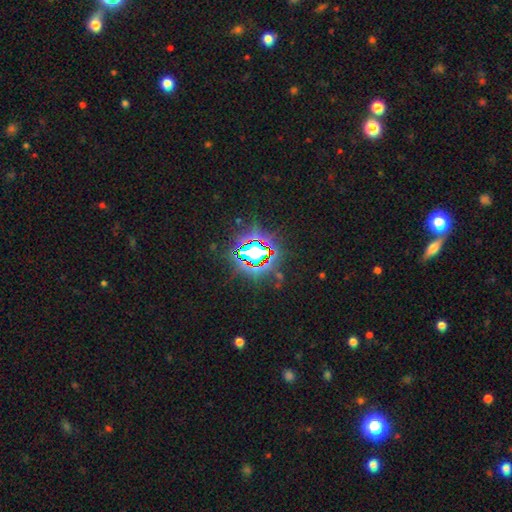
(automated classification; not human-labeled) smooth_or_featured: star or artifact (p=0.77) [alt: smooth p=0.13]